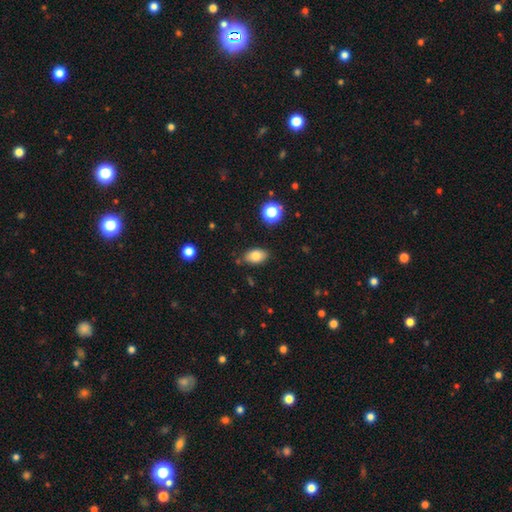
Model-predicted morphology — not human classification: Smooth or featured: smooth — 82% (star or artifact — 10%)
How rounded: in between — 88% (round — 10%)
Merging: none — 82% (minor disturbance — 13%)